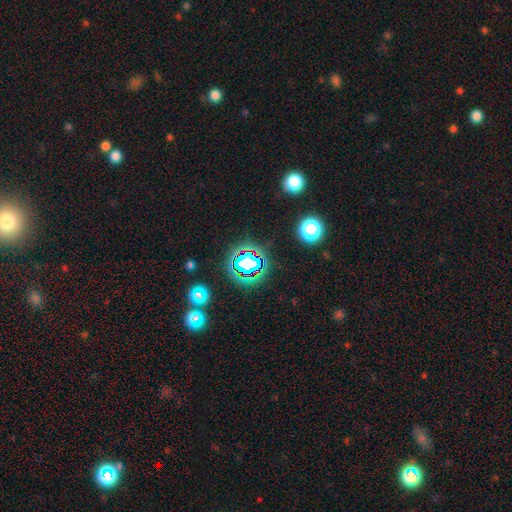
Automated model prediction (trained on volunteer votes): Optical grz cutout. It shows a star or artifact, not a galaxy (78%).